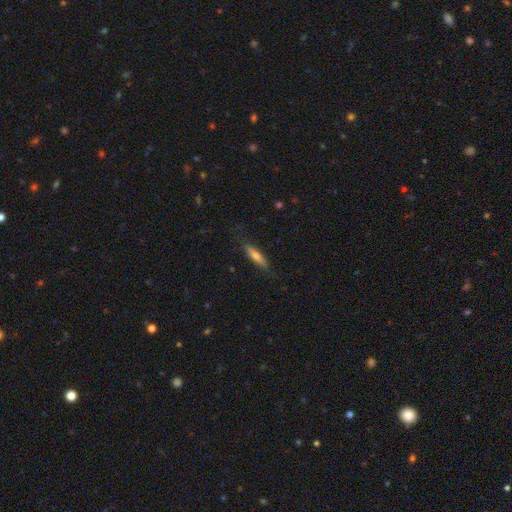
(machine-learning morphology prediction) Overall: smooth (58%; featured or disk 35%). How rounded: cigar-shaped (81%). Merging: none (82%).